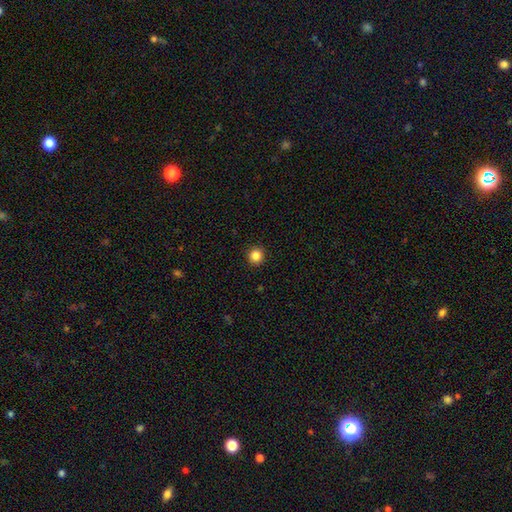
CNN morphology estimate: Smooth or featured?
  - smooth: 85% *
  - star or artifact: 11%
  - featured or disk: 4%
How rounded?
  - round: 93% *
  - in between: 6%
  - cigar-shaped: 1%
Merging?
  - none: 93% *
  - minor disturbance: 5%
  - major disturbance: 2%
  - merger: 1%